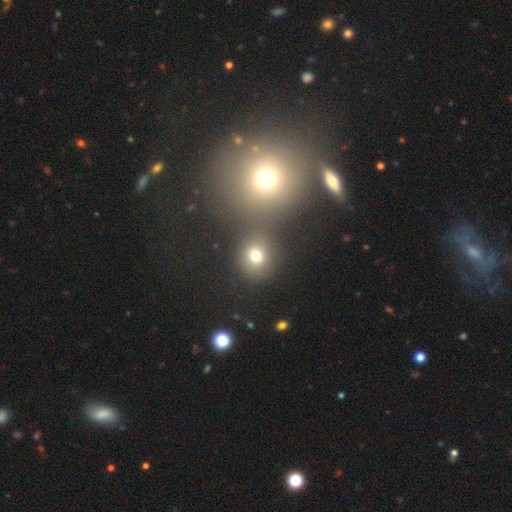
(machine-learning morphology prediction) Smooth or featured?
  - smooth: 69% *
  - star or artifact: 22%
  - featured or disk: 9%
How rounded?
  - round: 80% *
  - in between: 19%
  - cigar-shaped: 1%
Merging?
  - none: 69% *
  - merger: 17%
  - minor disturbance: 9%
  - major disturbance: 5%